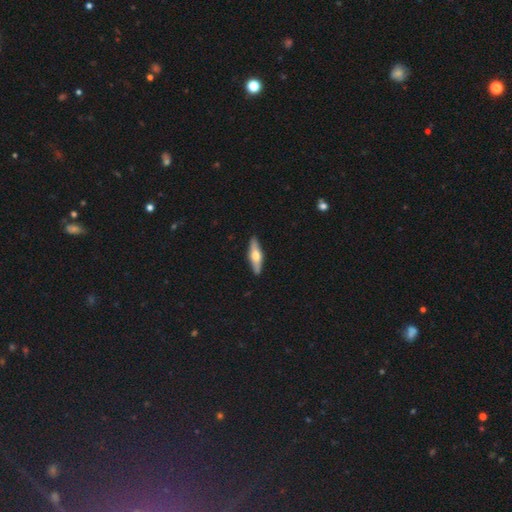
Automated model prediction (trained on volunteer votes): Smooth or featured? Predicted: featured or disk (p=0.48). Merging? Predicted: none (p=0.90).